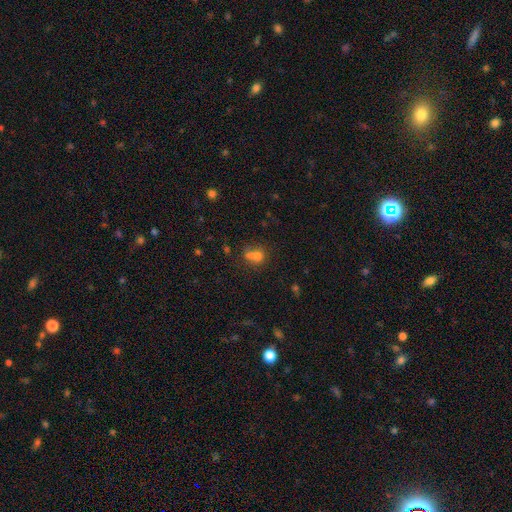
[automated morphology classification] This is likely a smooth galaxy (69%). How rounded: likely round (62%). Merging: possibly merger (45%).